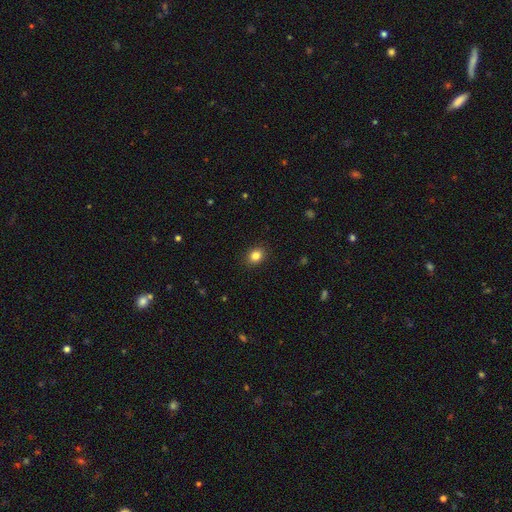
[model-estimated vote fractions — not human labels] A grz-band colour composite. It shows a smooth galaxy with no disk features (84%) that is round (53%). Merging: none (90%).